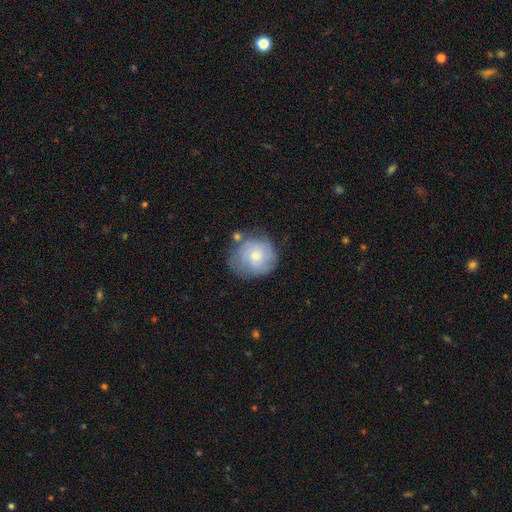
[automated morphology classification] Smooth or featured: featured or disk — 47% (smooth — 45%)
Merging: none — 67% (minor disturbance — 21%)